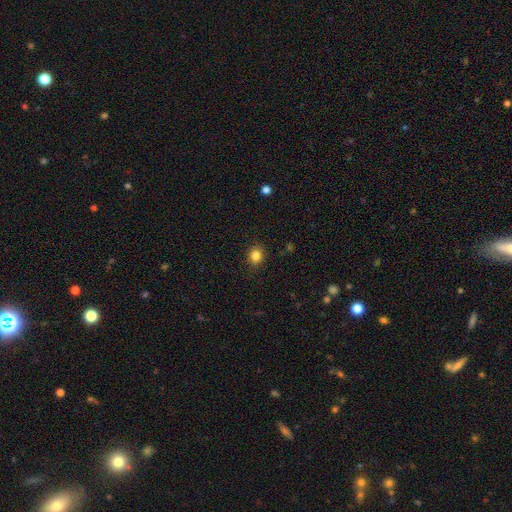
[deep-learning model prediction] This appears to be a smooth galaxy with no disk features (84%) that is round (69%). Merging: none (89%).